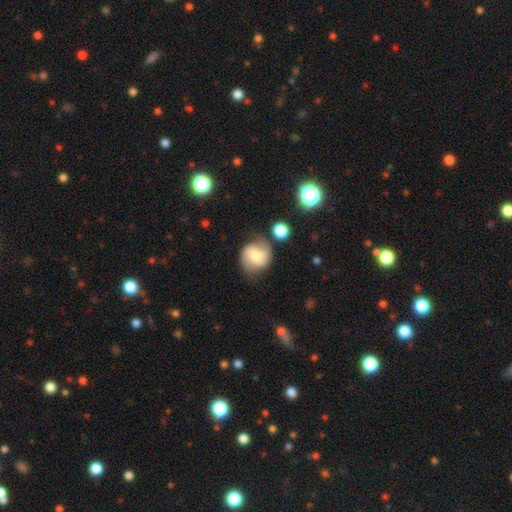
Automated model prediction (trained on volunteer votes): Smooth or featured? smooth (54%)
How rounded? round (77%)
Merging? none (59%)